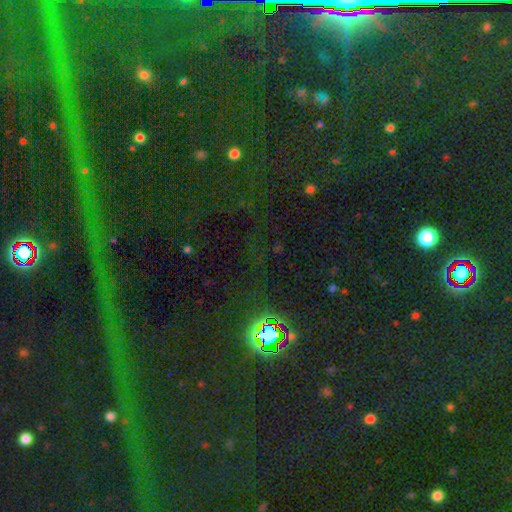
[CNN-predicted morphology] A star or artifact, not a galaxy (82%).